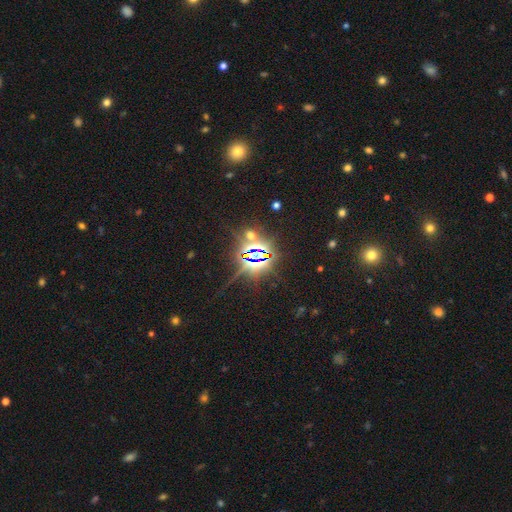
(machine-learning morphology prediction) Overall: star or artifact (82%).